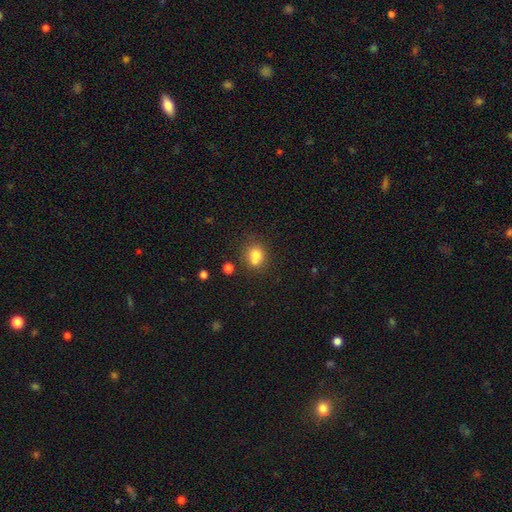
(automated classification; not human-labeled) Morphology: type=smooth (74%); roundness=round (70%); merging=none (44%).